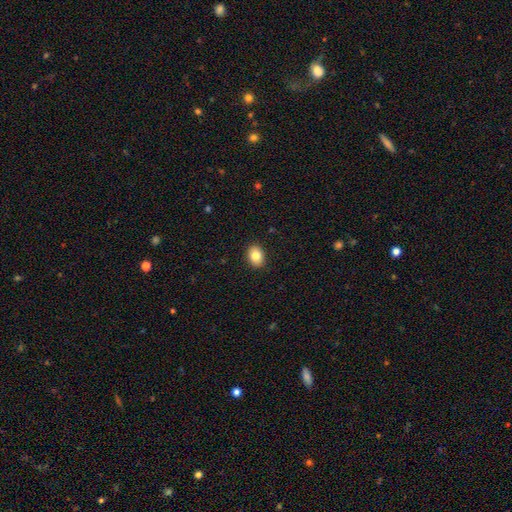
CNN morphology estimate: smooth_or_featured: smooth (p=0.83) [alt: featured or disk p=0.09]
how_rounded: in between (p=0.70) [alt: round p=0.29]
merging: none (p=0.90) [alt: minor disturbance p=0.07]